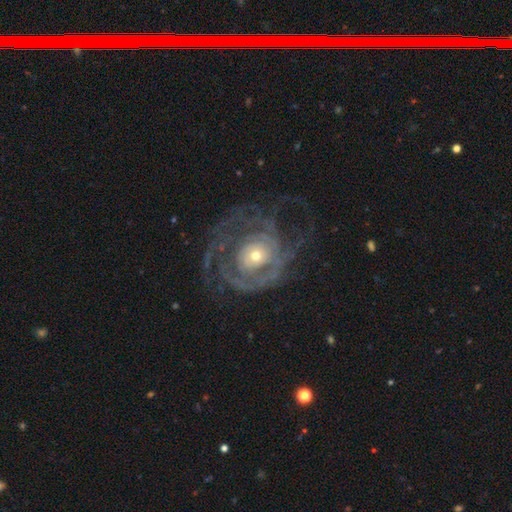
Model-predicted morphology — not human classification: smooth_or_featured: featured or disk (p=0.84) [alt: smooth p=0.09]
disk_edge_on: no (p=0.97) [alt: yes p=0.03]
bar: no (p=0.81) [alt: weak p=0.14]
has_spiral_arms: yes (p=0.86) [alt: no p=0.14]
spiral_winding: tight (p=0.61) [alt: medium p=0.27]
spiral_arm_count: can't tell (p=0.39) [alt: 2 p=0.20]
bulge_size: small (p=0.52) [alt: moderate p=0.41]
merging: none (p=0.56) [alt: major disturbance p=0.26]